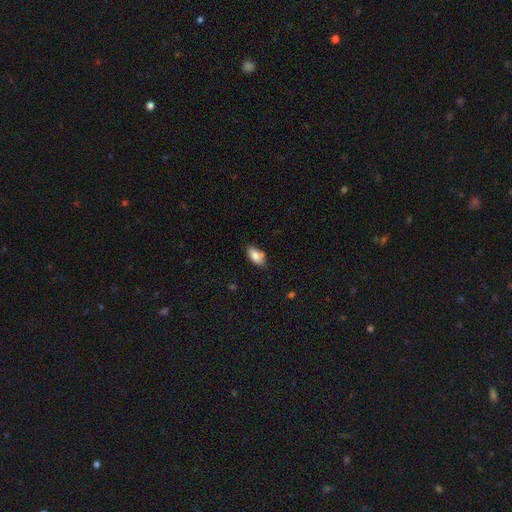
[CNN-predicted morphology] A smooth galaxy with no disk features (84%) that is in between round and cigar-shaped (92%). Merging: none (73%).